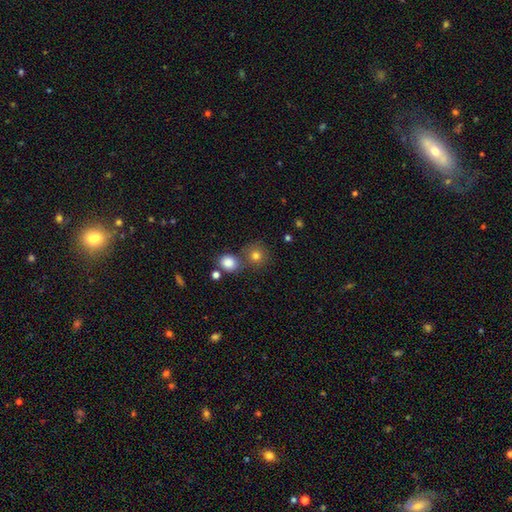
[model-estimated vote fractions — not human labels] Morphology: type=smooth (79%); roundness=round (88%); merging=none (65%).